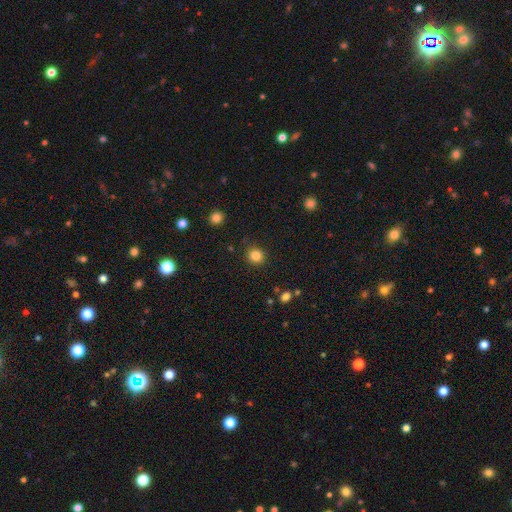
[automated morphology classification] A smooth galaxy with no disk features (84%) that is round (89%). Merging: none (88%).